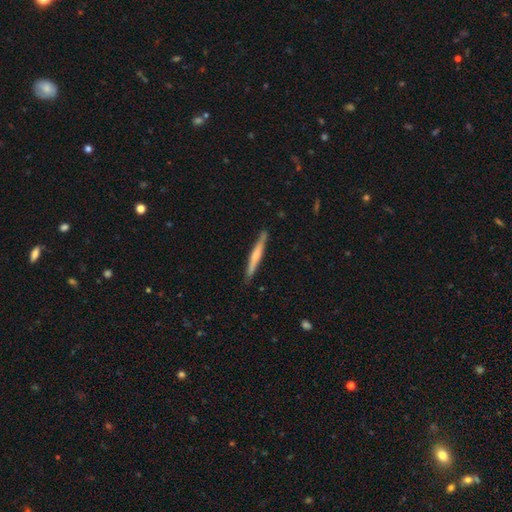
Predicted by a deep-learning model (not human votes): Q: Smooth or featured?
A: featured or disk (51%); runner-up: smooth (43%)
Q: Edge-on disk?
A: yes (97%); runner-up: no (3%)
Q: Merging?
A: none (89%); runner-up: minor disturbance (9%)